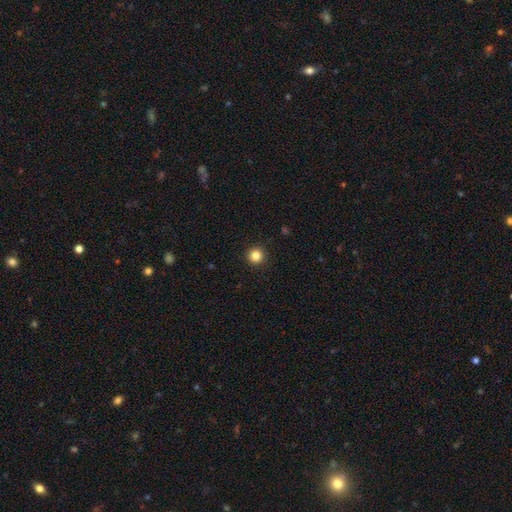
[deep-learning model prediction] This is clearly a smooth galaxy (85%). How rounded: clearly round (96%). Merging: clearly none (93%).